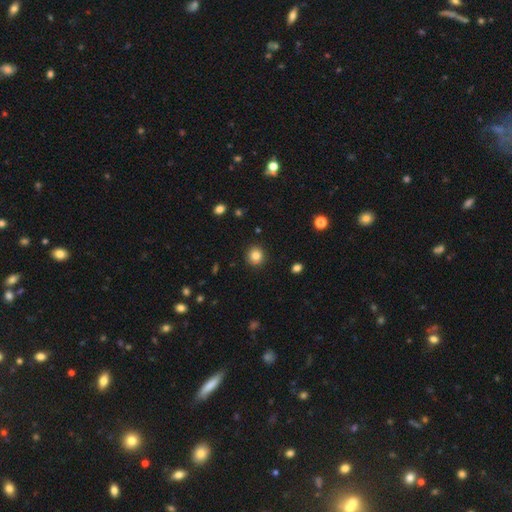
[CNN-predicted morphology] Smooth or featured?
  - smooth: 83% *
  - star or artifact: 11%
  - featured or disk: 6%
How rounded?
  - round: 90% *
  - in between: 9%
  - cigar-shaped: 1%
Merging?
  - none: 91% *
  - minor disturbance: 6%
  - major disturbance: 2%
  - merger: 1%